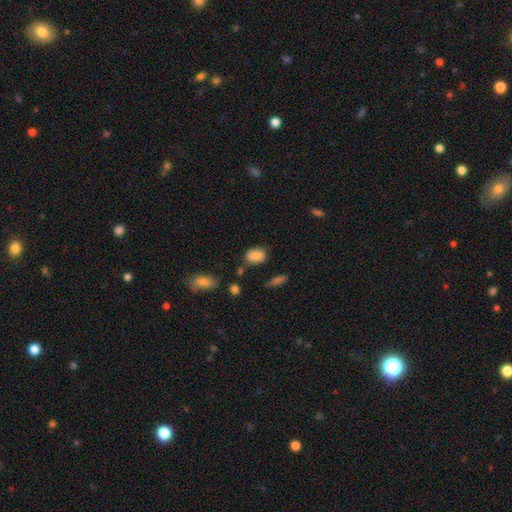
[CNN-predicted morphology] A smooth galaxy with no disk features (80%) that is in between round and cigar-shaped (81%).

Vote fractions:
- Smooth or featured? smooth: 80% / featured or disk: 11% / star or artifact: 9%
- How rounded? in between: 81% / round: 17% / cigar-shaped: 2%
- Merging? none: 68% / minor disturbance: 22% / major disturbance: 6% / merger: 4%